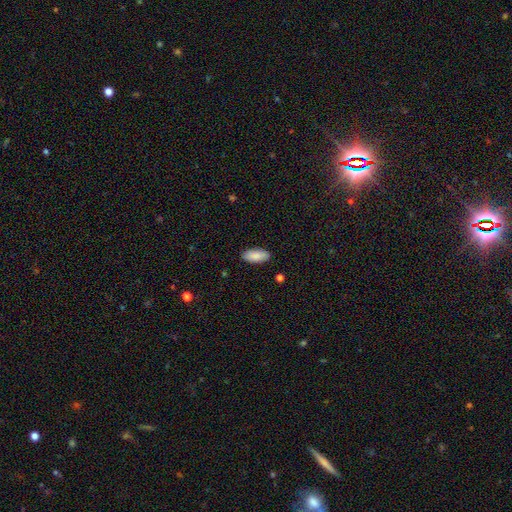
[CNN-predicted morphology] Overall: smooth (88%). How rounded: in between (89%). Merging: none (89%).